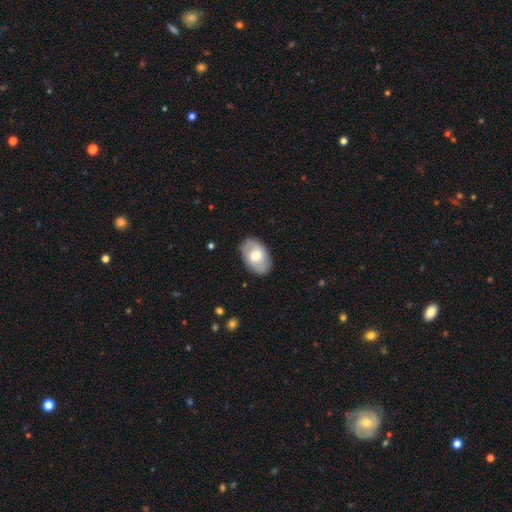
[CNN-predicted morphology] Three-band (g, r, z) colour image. It shows a smooth galaxy with no disk features (60%) that is in between round and cigar-shaped (89%). Merging: none (84%).